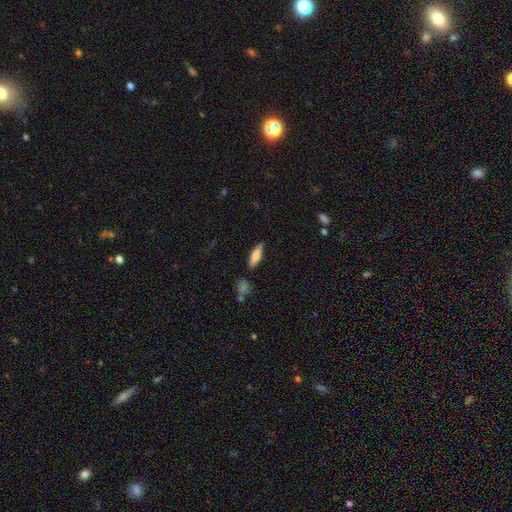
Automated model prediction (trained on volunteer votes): A smooth galaxy with no disk features (72%) that is cigar-shaped (59%).

Vote fractions:
- Smooth or featured? smooth: 72% / featured or disk: 22% / star or artifact: 6%
- How rounded? cigar-shaped: 59% / in between: 39% / round: 2%
- Merging? none: 85% / minor disturbance: 11% / major disturbance: 2% / merger: 2%